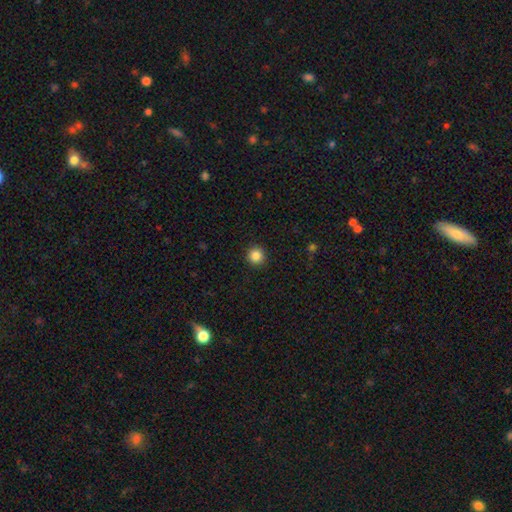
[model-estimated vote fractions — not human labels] smooth_or_featured: smooth (p=0.86) [alt: star or artifact p=0.11]
how_rounded: round (p=0.95) [alt: in between p=0.04]
merging: none (p=0.92) [alt: minor disturbance p=0.05]